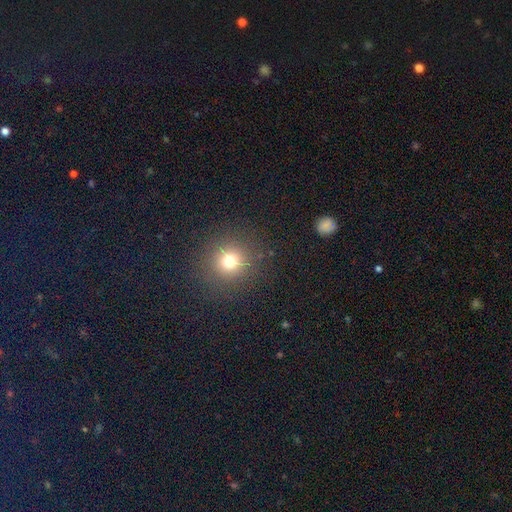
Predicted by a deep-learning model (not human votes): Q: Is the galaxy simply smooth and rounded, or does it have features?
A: smooth — 63%.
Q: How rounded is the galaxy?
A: round — 91%.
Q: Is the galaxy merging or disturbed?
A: none — 92%.